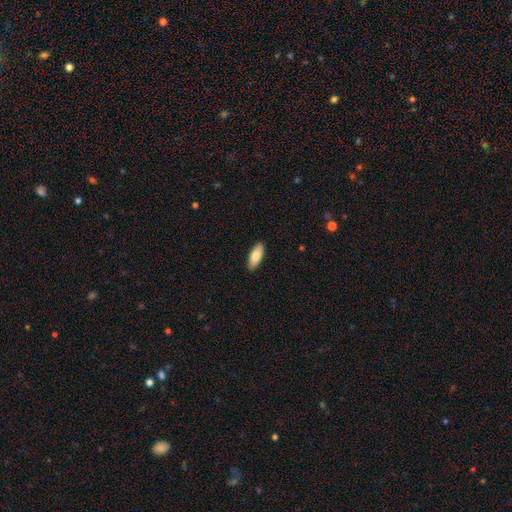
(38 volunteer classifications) This appears to be a smooth galaxy with no disk features (84%) that is in between round and cigar-shaped (78%). Merging: none (81%).